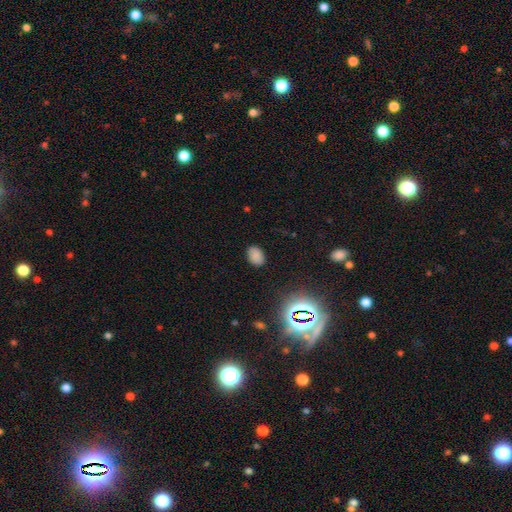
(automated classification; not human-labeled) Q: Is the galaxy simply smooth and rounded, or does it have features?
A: smooth — 78%.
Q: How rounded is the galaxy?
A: in between — 82%.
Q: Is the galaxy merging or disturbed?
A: none — 83%.